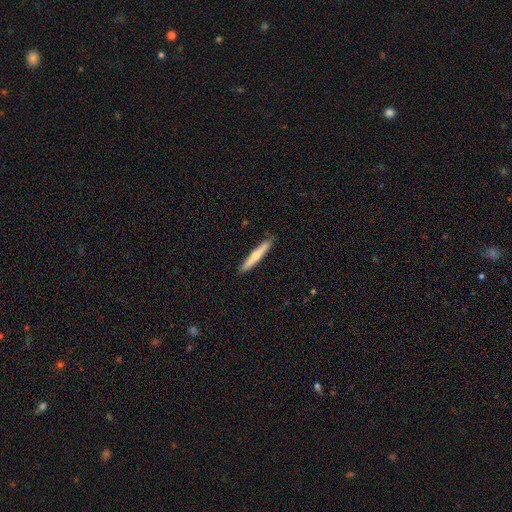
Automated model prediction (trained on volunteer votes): Morphology: type=smooth (61%); roundness=cigar-shaped (94%); merging=none (89%).